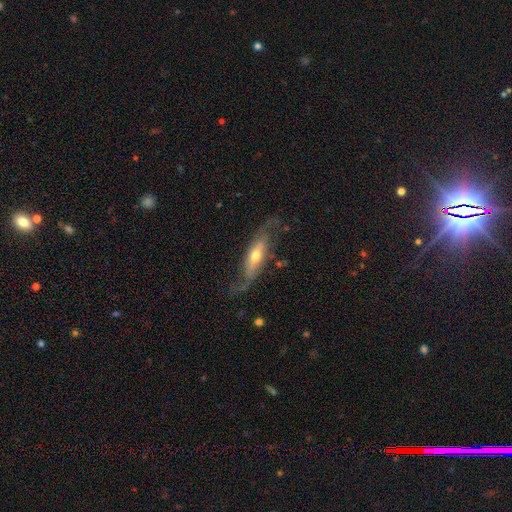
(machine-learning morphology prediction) Smooth or featured?
  - featured or disk: 70% *
  - smooth: 25%
  - star or artifact: 5%
Edge-on disk?
  - no: 65% *
  - yes: 35%
Merging?
  - none: 58% *
  - minor disturbance: 22%
  - major disturbance: 17%
  - merger: 2%